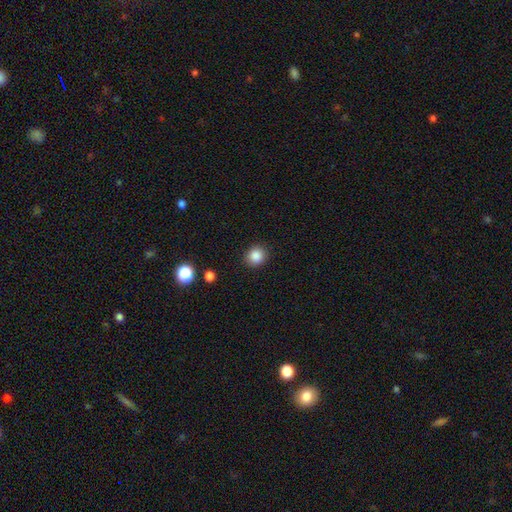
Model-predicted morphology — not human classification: A smooth galaxy with no disk features (86%) that is round (79%). Merging: none (89%).